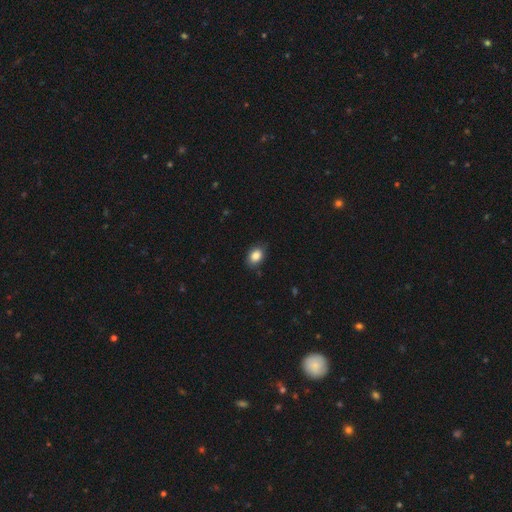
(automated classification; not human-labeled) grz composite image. It shows a smooth galaxy with no disk features (86%) that is in between round and cigar-shaped (78%). Merging: none (82%).